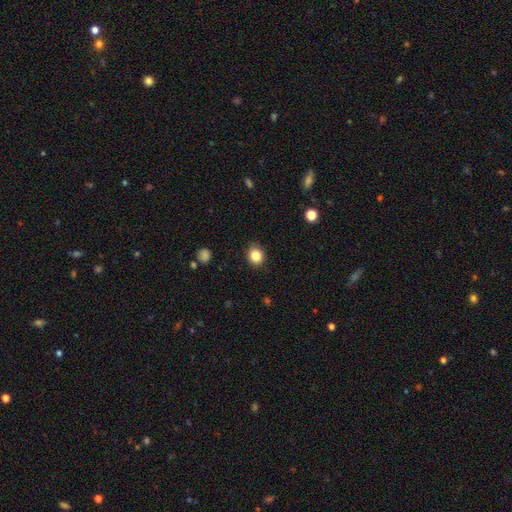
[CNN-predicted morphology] This is clearly a smooth galaxy (84%). How rounded: likely round (74%). Merging: clearly none (88%).